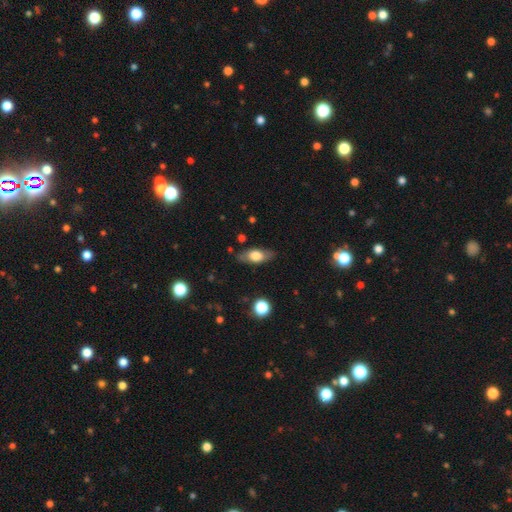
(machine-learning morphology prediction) This appears to be a smooth galaxy with no disk features (62%) that is in between round and cigar-shaped (81%). Merging: none (79%).